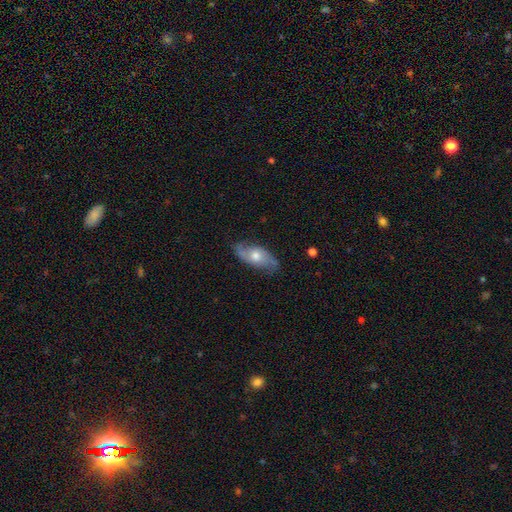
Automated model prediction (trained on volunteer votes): The model was most divided on "spiral winding": loose: 46%, medium: 38%, tight: 16%. More confident: edge-on disk — no (87%); spiral arms — yes (86%); spiral arm count — 2 (86%); merging — none (76%); bar — no (73%); smooth or featured — featured or disk (67%); bulge size — moderate (67%).